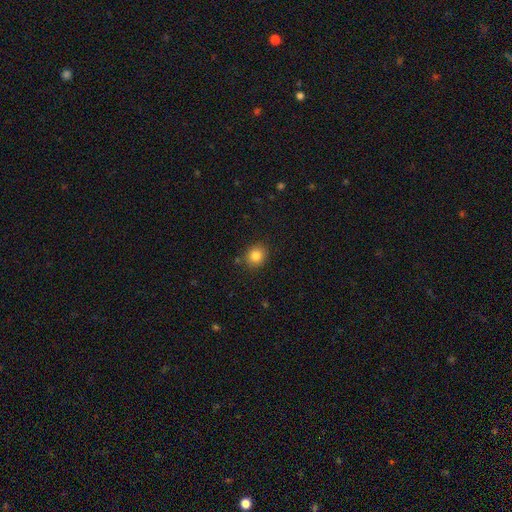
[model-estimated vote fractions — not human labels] Morphology: type=smooth (83%); roundness=round (74%); merging=none (85%).